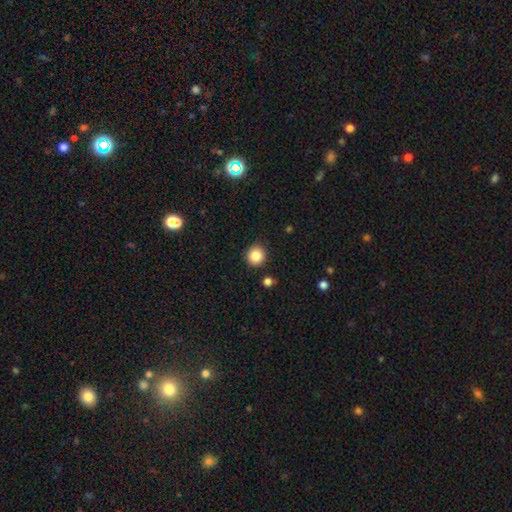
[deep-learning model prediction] Smooth or featured? smooth (86%)
How rounded? round (90%)
Merging? none (88%)